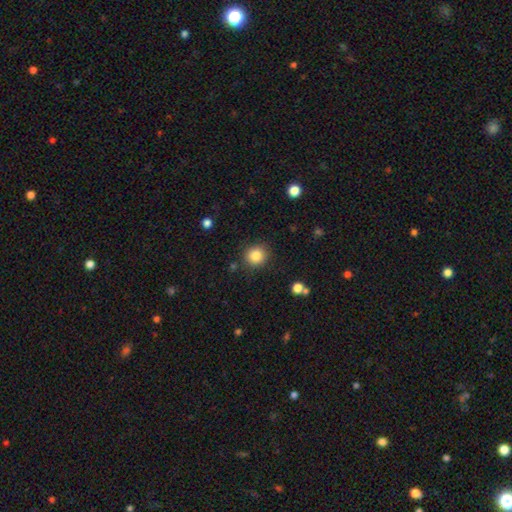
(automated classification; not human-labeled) Smooth or featured: smooth — 84% (star or artifact — 10%)
How rounded: round — 88% (in between — 11%)
Merging: none — 86% (minor disturbance — 8%)